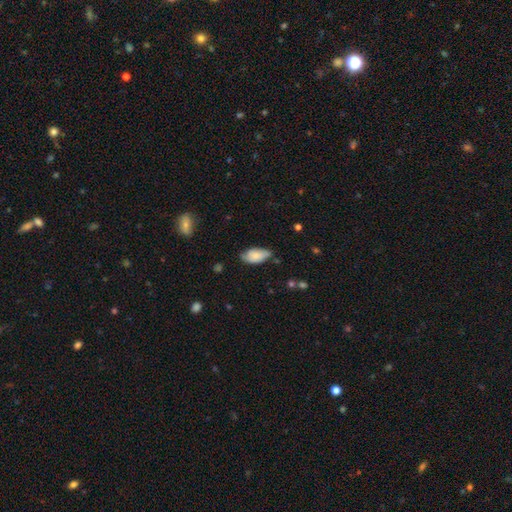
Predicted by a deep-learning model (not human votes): Smooth or featured?
  - smooth: 68% *
  - featured or disk: 25%
  - star or artifact: 7%
How rounded?
  - in between: 93% *
  - cigar-shaped: 4%
  - round: 3%
Merging?
  - none: 59% *
  - minor disturbance: 33%
  - major disturbance: 6%
  - merger: 2%